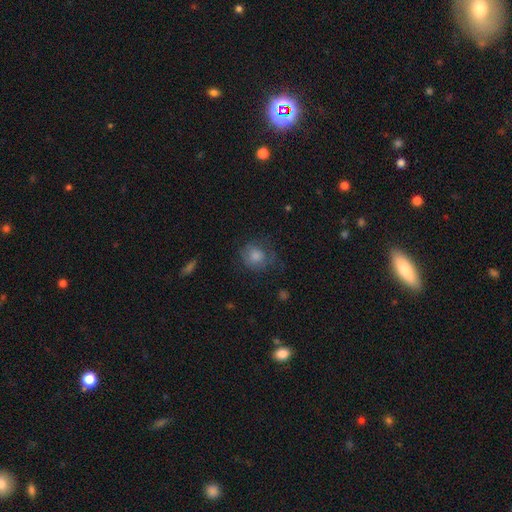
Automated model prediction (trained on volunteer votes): Q: Smooth or featured?
A: smooth (61%); runner-up: featured or disk (24%)
Q: How rounded?
A: round (78%); runner-up: in between (21%)
Q: Merging?
A: none (63%); runner-up: minor disturbance (21%)